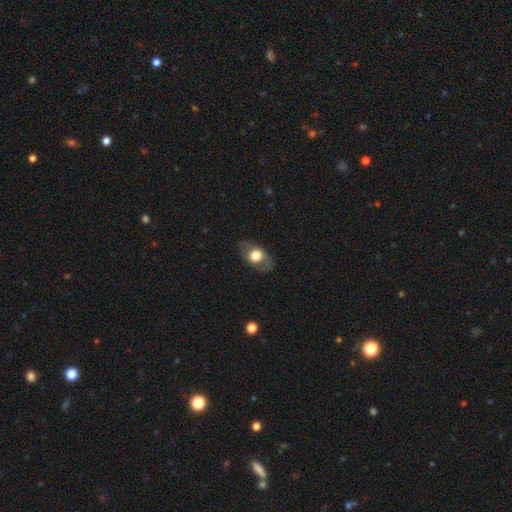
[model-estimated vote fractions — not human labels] Smooth or featured? Predicted: smooth (p=0.63). How rounded? Predicted: in between (p=0.72). Merging? Predicted: none (p=0.77).